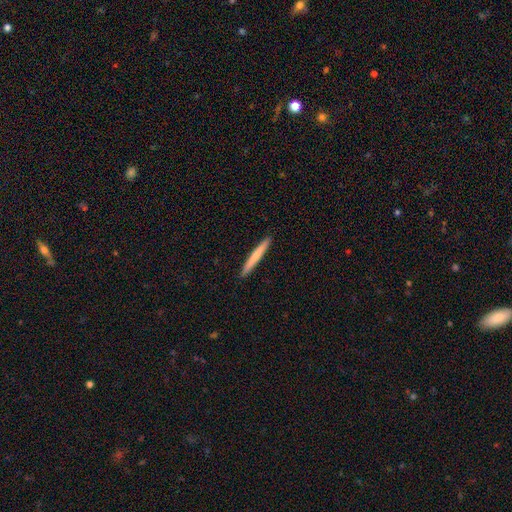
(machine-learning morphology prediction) Smooth or featured: smooth — 67% (featured or disk — 28%)
How rounded: cigar-shaped — 97% (in between — 2%)
Merging: none — 93% (minor disturbance — 5%)